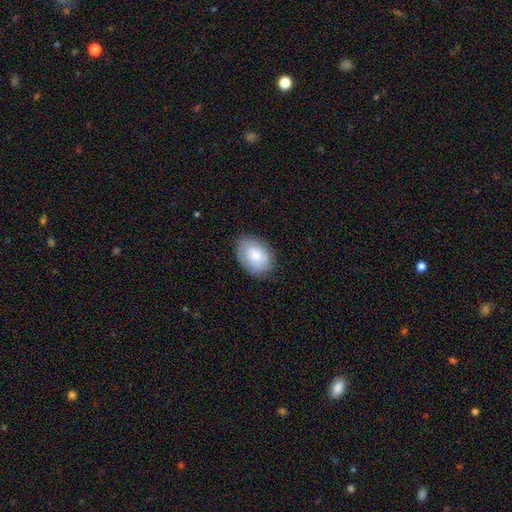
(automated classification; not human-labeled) smooth_or_featured: smooth (p=0.74) [alt: featured or disk p=0.19]
how_rounded: in between (p=0.79) [alt: round p=0.20]
merging: none (p=0.79) [alt: minor disturbance p=0.16]